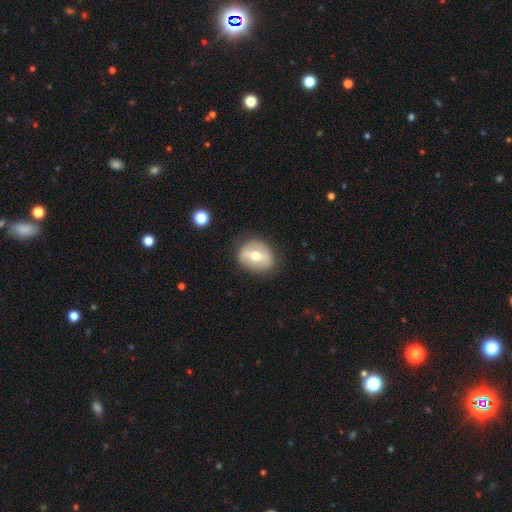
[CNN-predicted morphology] This appears to be a smooth galaxy with no disk features (54%) that is round (59%). Merging: none (80%).